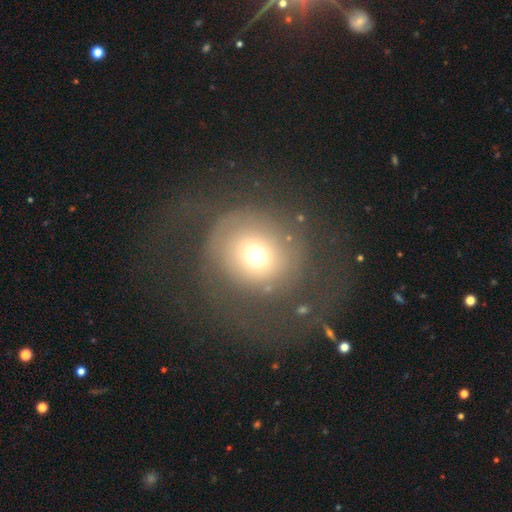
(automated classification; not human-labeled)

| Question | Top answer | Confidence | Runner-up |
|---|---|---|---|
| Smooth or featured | smooth | 62% | featured or disk (21%) |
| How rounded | round | 87% | in between (12%) |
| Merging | none | 56% | major disturbance (26%) |